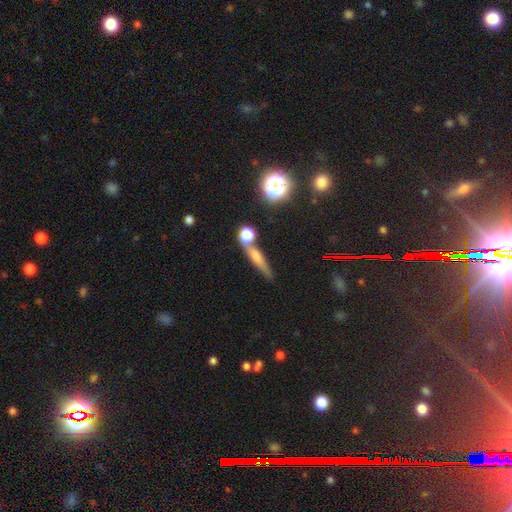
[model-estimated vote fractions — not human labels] smooth_or_featured: smooth (p=0.44) [alt: featured or disk p=0.36]
merging: none (p=0.65) [alt: merger p=0.17]